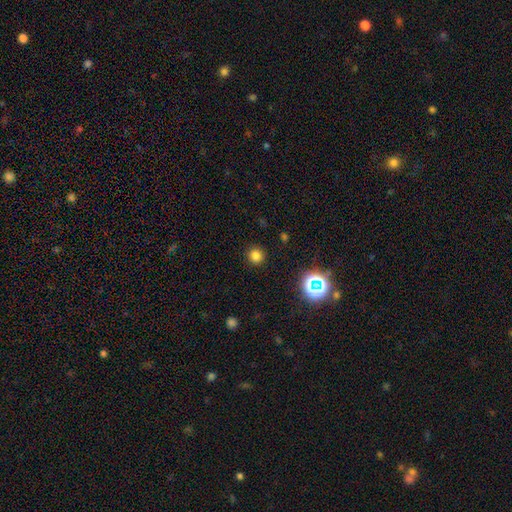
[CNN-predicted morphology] Q: Smooth or featured?
A: smooth (77%); runner-up: star or artifact (18%)
Q: How rounded?
A: round (94%); runner-up: in between (5%)
Q: Merging?
A: none (91%); runner-up: minor disturbance (5%)